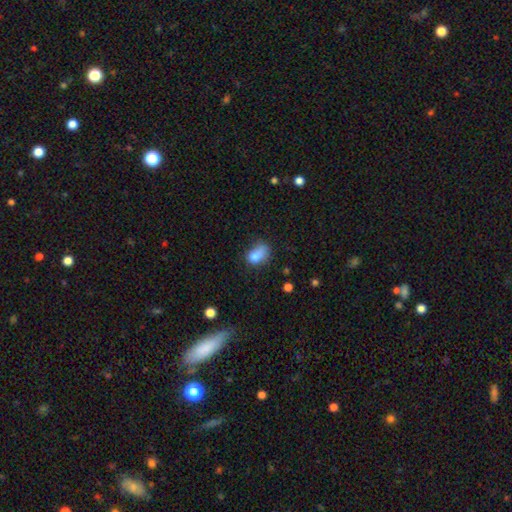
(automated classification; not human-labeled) A smooth galaxy with no disk features (79%) that is in between round and cigar-shaped (78%). Merging: minor disturbance (35%, tied with none).